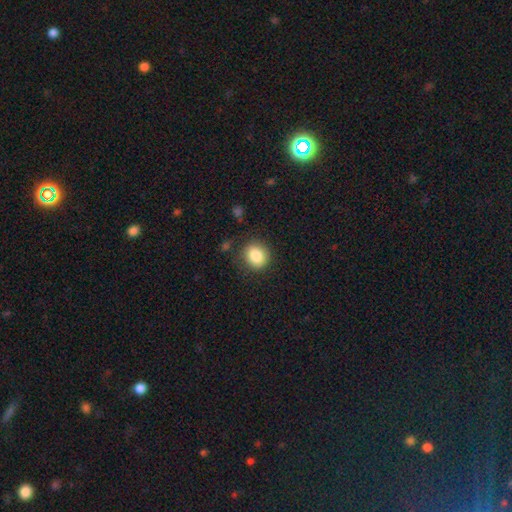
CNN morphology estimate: This appears to be a smooth galaxy with no disk features (85%) that is round (80%). Merging: none (83%).